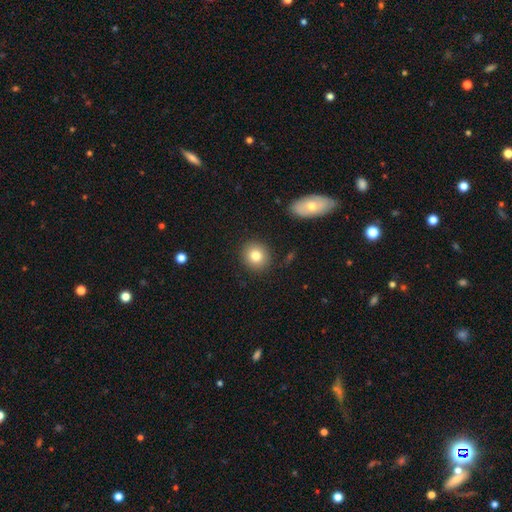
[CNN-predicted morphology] Smooth or featured? Predicted: smooth (p=0.80). How rounded? Predicted: round (p=0.84). Merging? Predicted: none (p=0.89).